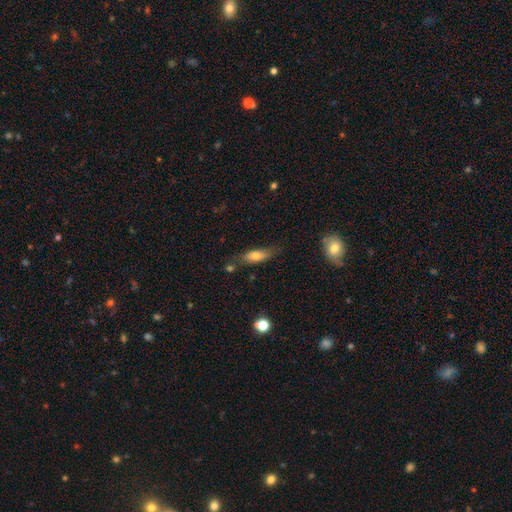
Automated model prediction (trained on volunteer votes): A smooth galaxy with no disk features (70%) that is in between round and cigar-shaped (62%).

Vote fractions:
- Smooth or featured? smooth: 70% / featured or disk: 22% / star or artifact: 8%
- How rounded? in between: 62% / cigar-shaped: 35% / round: 4%
- Merging? none: 69% / minor disturbance: 20% / major disturbance: 6% / merger: 5%